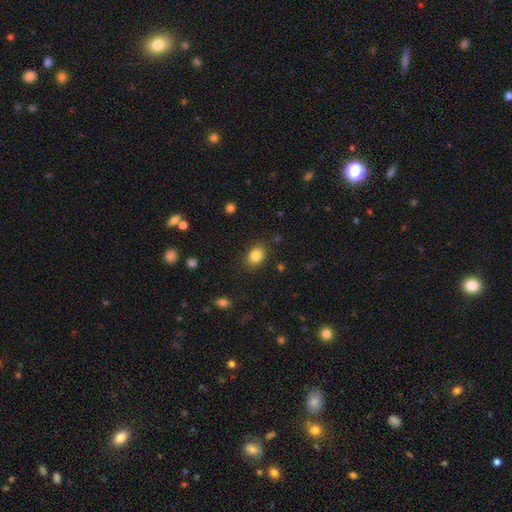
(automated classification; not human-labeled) Overall: smooth (84%). How rounded: in between (70%). Merging: none (86%).